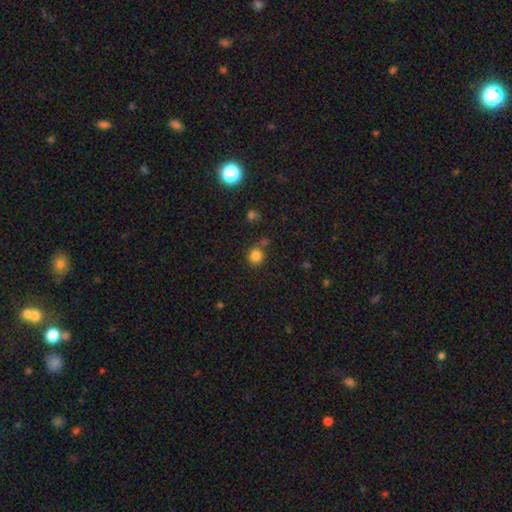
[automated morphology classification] smooth-or-featured: smooth: 83% | star or artifact: 13% | featured or disk: 4%
  how-rounded: round: 90% | in between: 9% | cigar-shaped: 1%
  merging: none: 73% | merger: 13% | minor disturbance: 10% | major disturbance: 4%